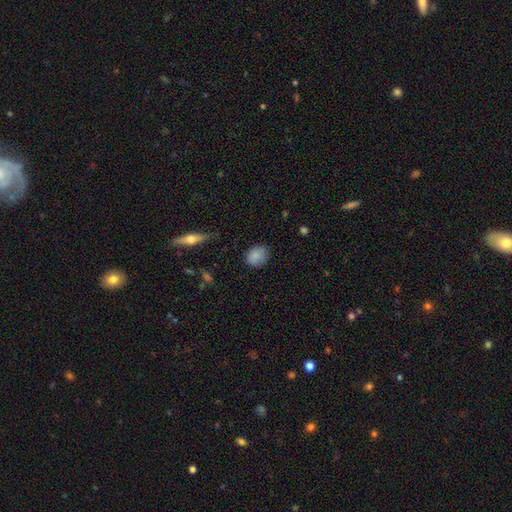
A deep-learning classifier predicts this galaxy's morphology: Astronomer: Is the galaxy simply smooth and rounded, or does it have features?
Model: smooth — 84%.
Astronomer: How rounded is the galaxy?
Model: round — 54% (runner-up: in between, 45%).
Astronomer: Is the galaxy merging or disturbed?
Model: none — 74%.